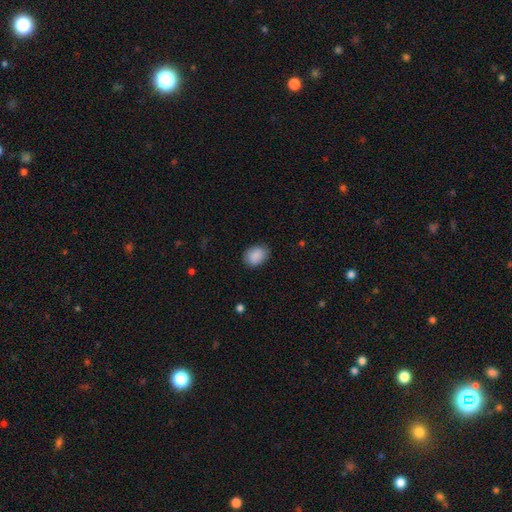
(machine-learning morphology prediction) This appears to be a smooth galaxy with no disk features (89%) that is in between round and cigar-shaped (69%). Merging: none (81%).